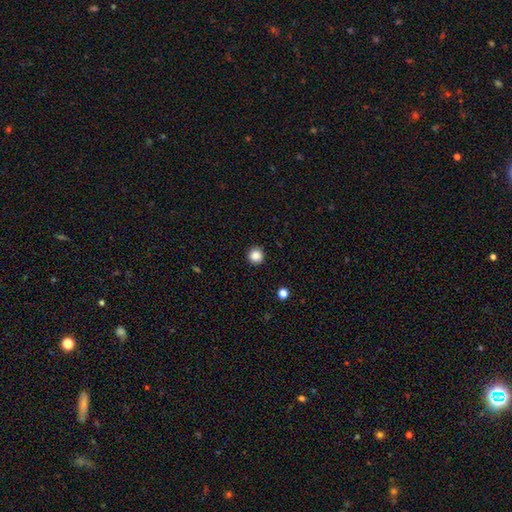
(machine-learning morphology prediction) smooth_or_featured: smooth (p=0.85) [alt: star or artifact p=0.11]
how_rounded: round (p=0.96) [alt: in between p=0.03]
merging: none (p=0.93) [alt: minor disturbance p=0.05]